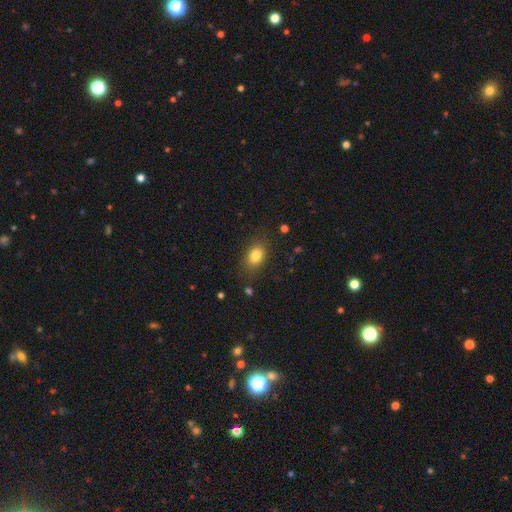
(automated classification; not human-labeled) smooth 81%, star or artifact 10%, featured or disk 9%. Down the decision tree: how rounded — in between (77%); merging — none (81%).